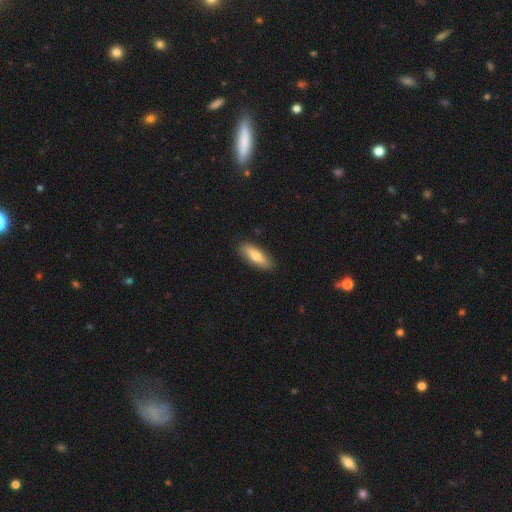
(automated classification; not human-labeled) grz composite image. It shows a smooth galaxy with no disk features (71%) that is in between round and cigar-shaped (65%). Merging: none (88%).